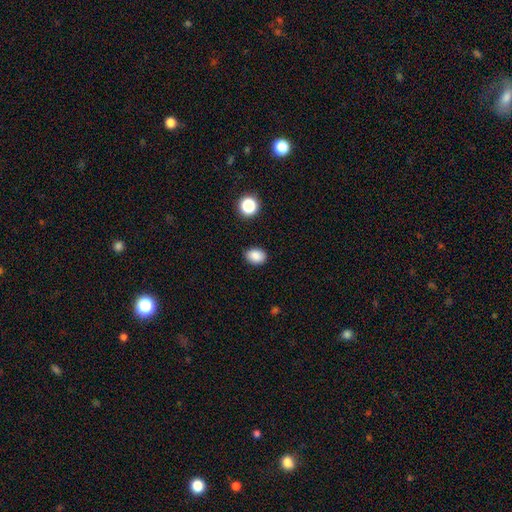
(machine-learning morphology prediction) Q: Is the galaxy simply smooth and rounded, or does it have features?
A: smooth — 86%.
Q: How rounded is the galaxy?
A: in between — 65%.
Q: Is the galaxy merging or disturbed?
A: none — 86%.